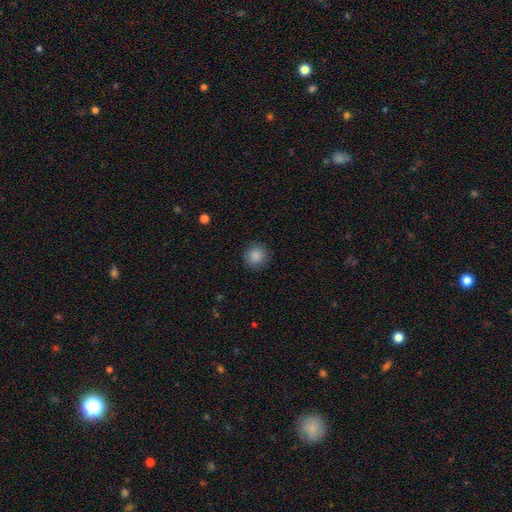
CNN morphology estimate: A smooth galaxy with no disk features (88%) that is round (92%).

Vote fractions:
- Smooth or featured? smooth: 88% / star or artifact: 9% / featured or disk: 3%
- How rounded? round: 92% / in between: 7% / cigar-shaped: 1%
- Merging? none: 89% / minor disturbance: 8% / major disturbance: 2% / merger: 1%